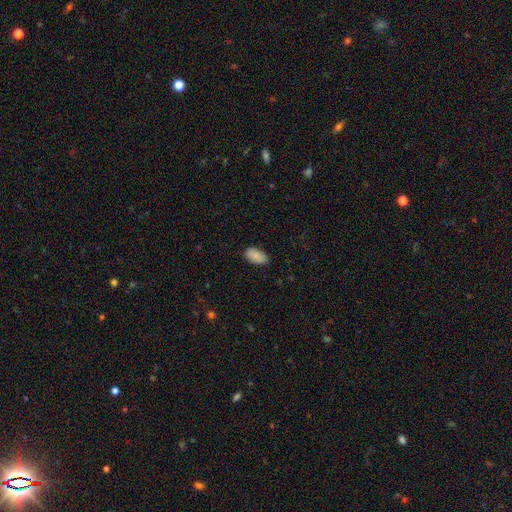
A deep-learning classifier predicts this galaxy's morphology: smooth-or-featured: smooth: 87% | star or artifact: 7% | featured or disk: 6%
  how-rounded: in between: 94% | round: 4% | cigar-shaped: 2%
  merging: none: 81% | minor disturbance: 15% | major disturbance: 3% | merger: 1%